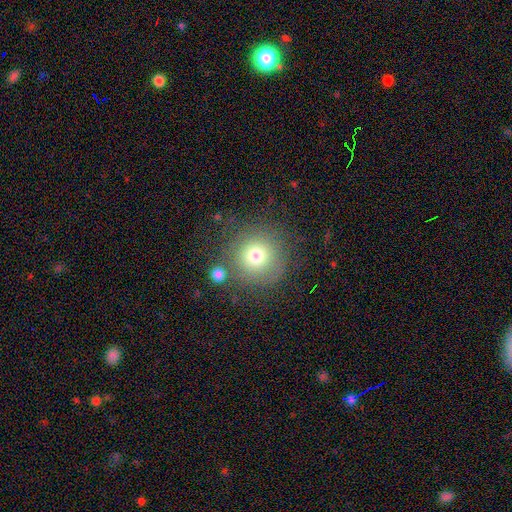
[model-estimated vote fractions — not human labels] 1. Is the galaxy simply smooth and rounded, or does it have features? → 74% smooth, 13% star or artifact, 13% featured or disk.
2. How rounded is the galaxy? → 95% round, 4% in between, 1% cigar-shaped.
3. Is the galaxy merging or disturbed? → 76% none, 11% minor disturbance, 7% merger, 6% major disturbance.